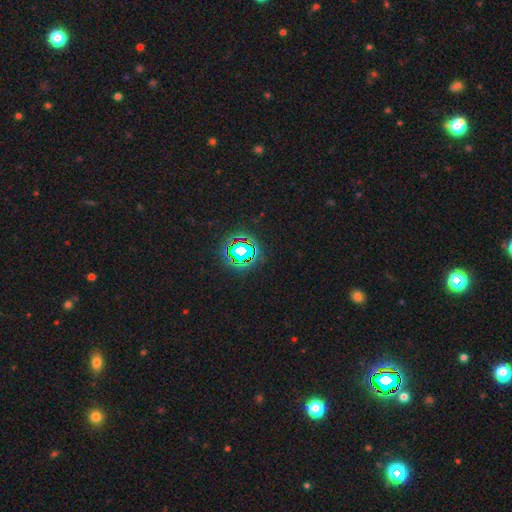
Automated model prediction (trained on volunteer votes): A star or artifact, not a galaxy (81%).